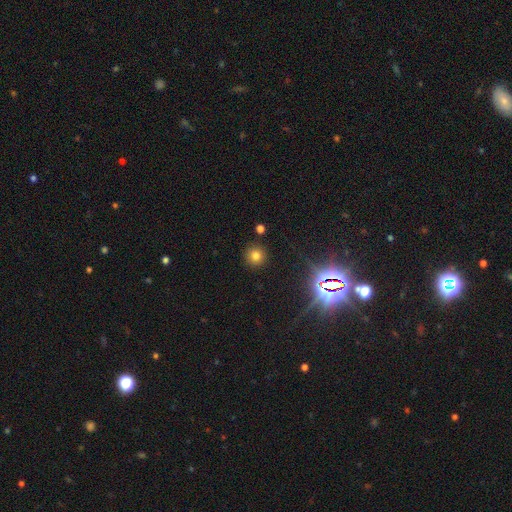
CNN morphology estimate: Smooth or featured: smooth — 73% (star or artifact — 19%)
How rounded: round — 94% (in between — 5%)
Merging: none — 89% (minor disturbance — 6%)